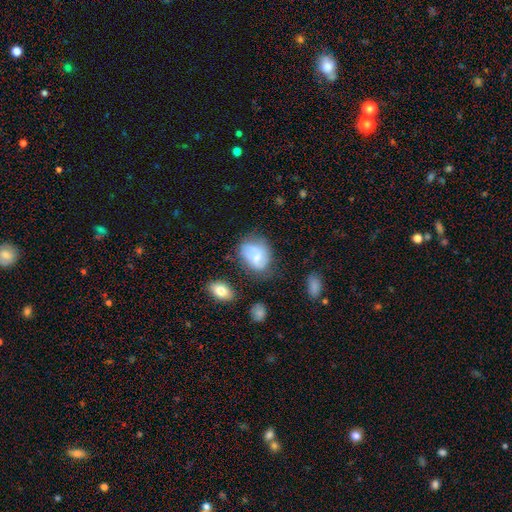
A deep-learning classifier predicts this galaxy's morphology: Smooth or featured: smooth — 53% (featured or disk — 38%)
How rounded: in between — 66% (round — 32%)
Merging: none — 53% (minor disturbance — 26%)